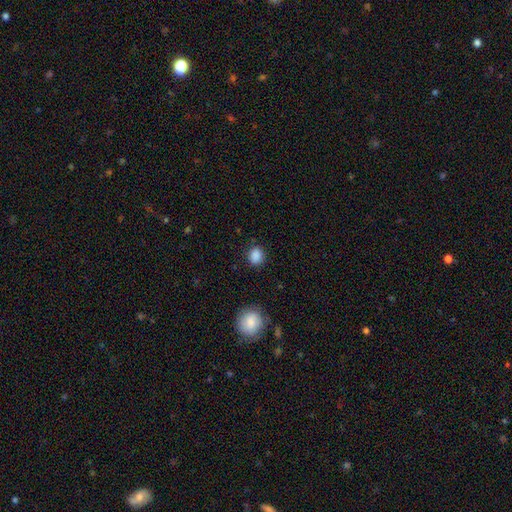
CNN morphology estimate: Smooth or featured: smooth — 87% (star or artifact — 10%)
How rounded: round — 61% (in between — 38%)
Merging: none — 85% (minor disturbance — 11%)